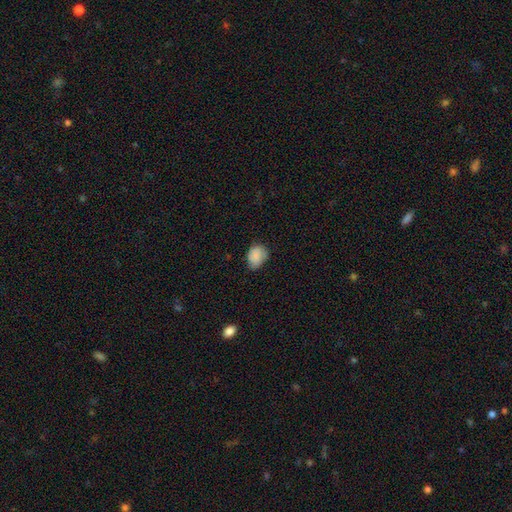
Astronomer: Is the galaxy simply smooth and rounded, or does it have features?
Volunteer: smooth — 87%.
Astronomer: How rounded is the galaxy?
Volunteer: in between — 73%.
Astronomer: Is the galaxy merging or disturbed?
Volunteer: minor disturbance — 49% (runner-up: none, 41%).